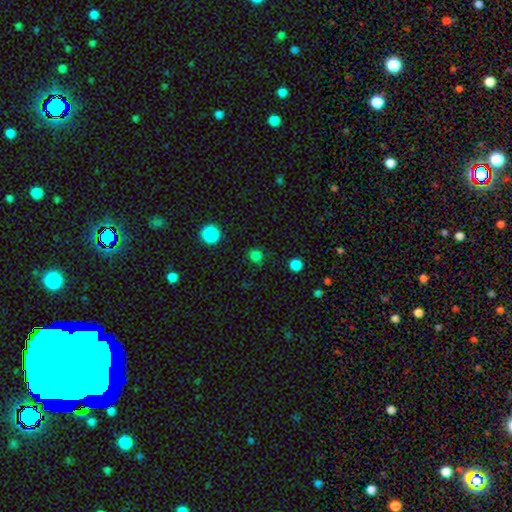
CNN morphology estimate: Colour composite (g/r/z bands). It shows a smooth galaxy with no disk features (75%) that is round (83%). Merging: none (78%).